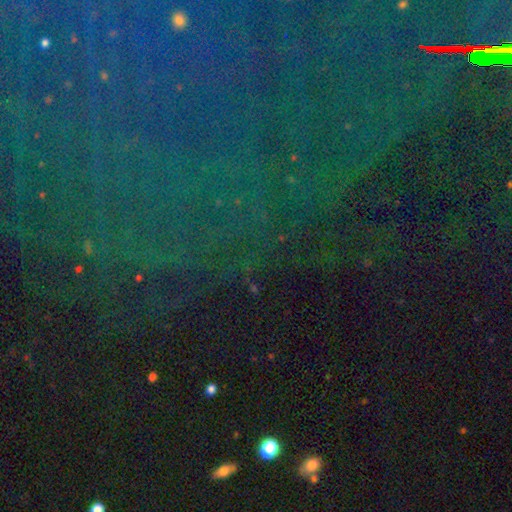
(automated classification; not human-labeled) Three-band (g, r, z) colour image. It shows a star or artifact, not a galaxy (84%).